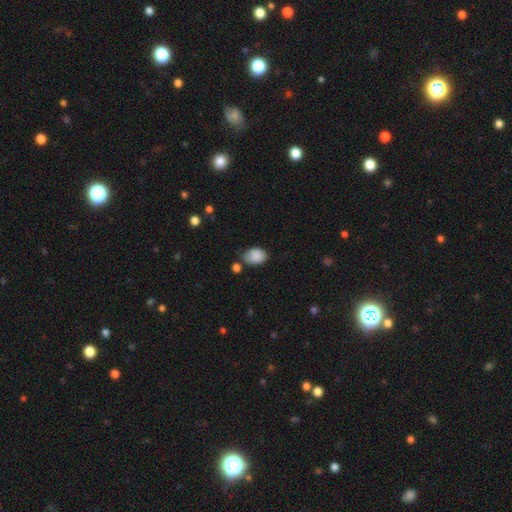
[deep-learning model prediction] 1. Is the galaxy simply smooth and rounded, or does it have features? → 87% smooth, 7% star or artifact, 5% featured or disk.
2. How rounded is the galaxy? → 82% in between, 17% round, 1% cigar-shaped.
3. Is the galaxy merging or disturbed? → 67% none, 22% minor disturbance, 7% merger, 5% major disturbance.